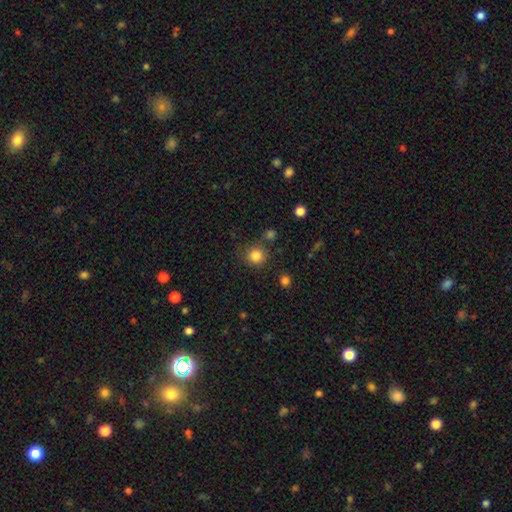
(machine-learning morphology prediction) This appears to be a smooth galaxy with no disk features (84%) that is round (92%). Merging: none (80%).